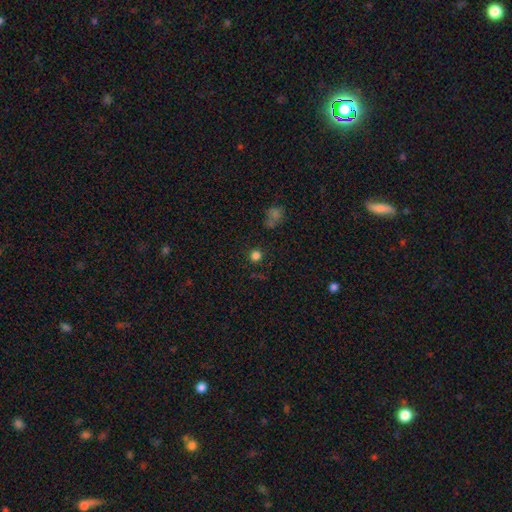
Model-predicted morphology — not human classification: Smooth or featured? smooth (78%)
How rounded? round (94%)
Merging? none (86%)